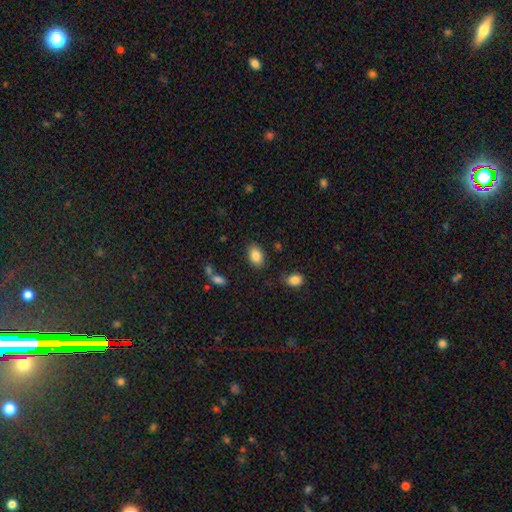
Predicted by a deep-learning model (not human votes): This is clearly a smooth galaxy (86%). How rounded: clearly in between (86%). Merging: clearly none (82%).